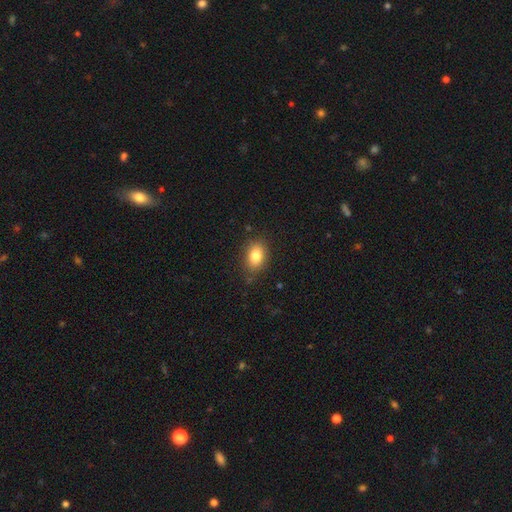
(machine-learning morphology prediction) Smooth or featured? smooth (82%)
How rounded? in between (76%)
Merging? none (82%)